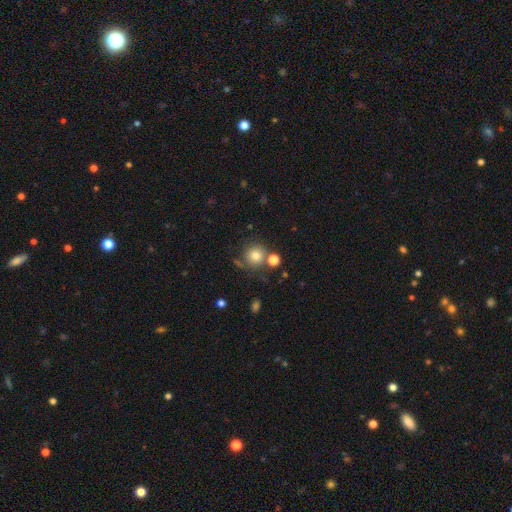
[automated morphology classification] The model was most divided on "merging": none: 68%, merger: 15%, minor disturbance: 12%, major disturbance: 5%. More confident: how rounded — round (91%); smooth or featured — smooth (78%).